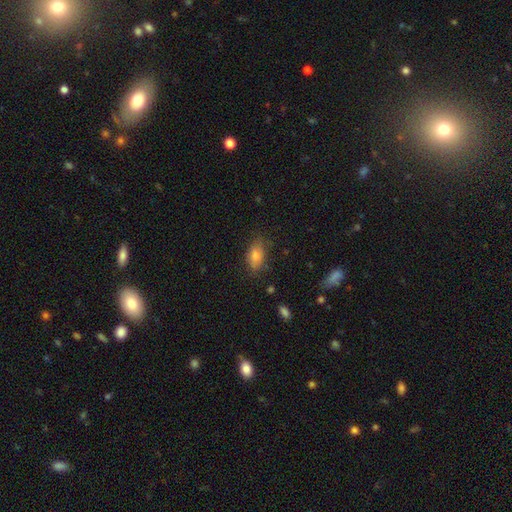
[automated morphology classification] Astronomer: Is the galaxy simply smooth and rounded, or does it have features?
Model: smooth — 77%.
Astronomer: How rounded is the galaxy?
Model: in between — 86%.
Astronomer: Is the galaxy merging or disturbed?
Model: none — 76%.